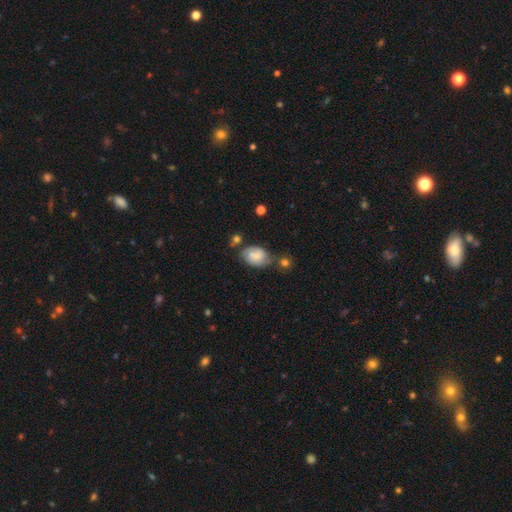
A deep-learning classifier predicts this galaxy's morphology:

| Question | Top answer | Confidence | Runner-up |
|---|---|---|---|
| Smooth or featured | smooth | 50% | featured or disk (41%) |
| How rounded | in between | 78% | round (20%) |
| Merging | none | 52% | minor disturbance (25%) |